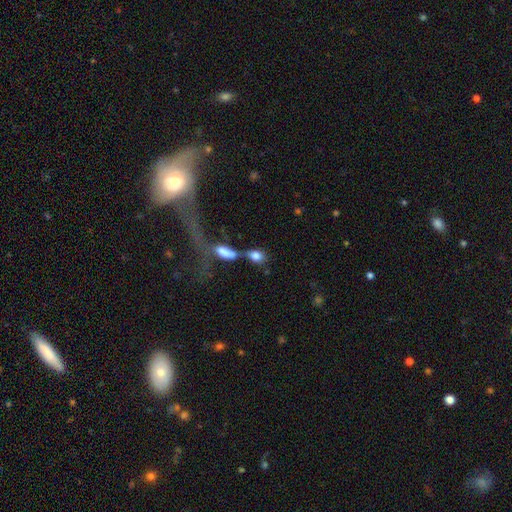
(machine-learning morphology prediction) Smooth or featured? smooth (76%)
How rounded? in between (72%)
Merging? merger (57%)